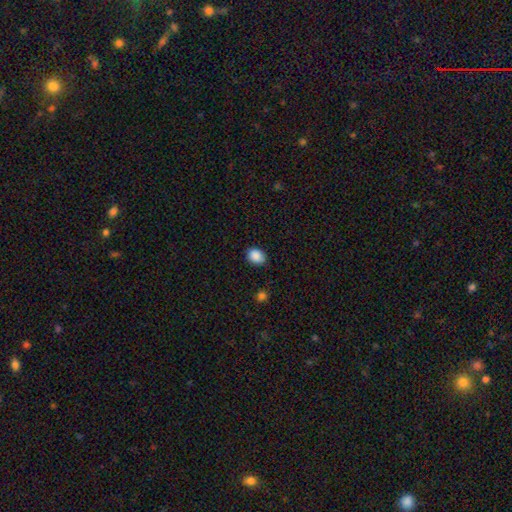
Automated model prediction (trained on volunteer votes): This appears to be a smooth galaxy with no disk features (88%) that is in between round and cigar-shaped (59%). Merging: none (83%).